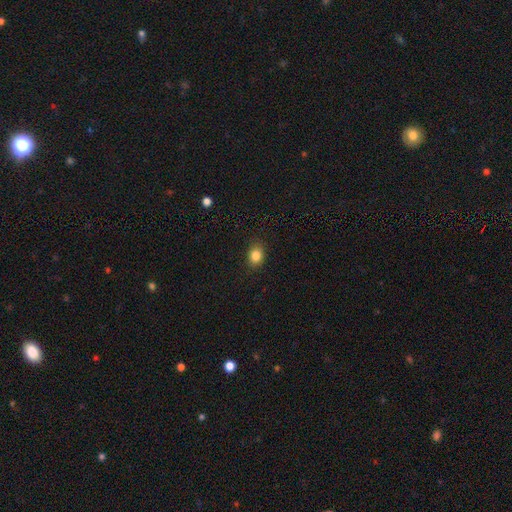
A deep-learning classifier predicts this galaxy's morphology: Smooth or featured?
  - smooth: 84% *
  - star or artifact: 11%
  - featured or disk: 5%
How rounded?
  - in between: 52% *
  - round: 47%
  - cigar-shaped: 1%
Merging?
  - none: 86% *
  - minor disturbance: 10%
  - major disturbance: 2%
  - merger: 1%